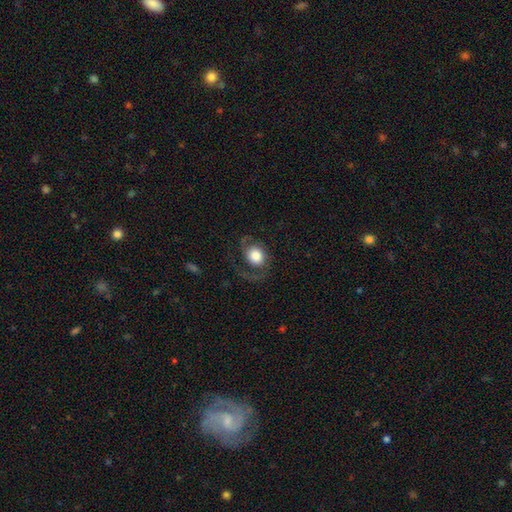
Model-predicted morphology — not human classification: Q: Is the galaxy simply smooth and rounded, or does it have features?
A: smooth — 48%.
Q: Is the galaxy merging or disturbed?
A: none — 53%.